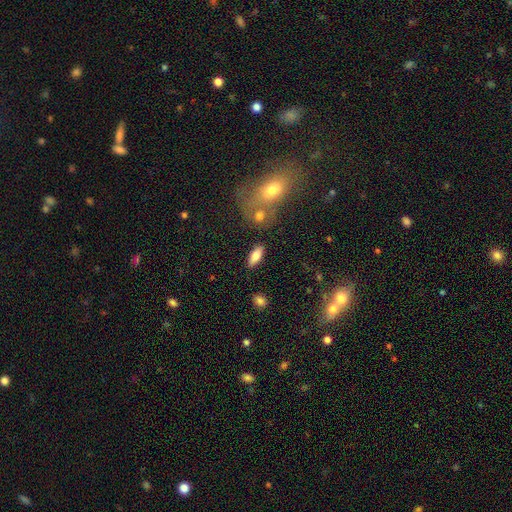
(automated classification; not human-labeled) This appears to be a smooth galaxy with no disk features (74%) that is in between round and cigar-shaped (71%). Merging: none (82%).